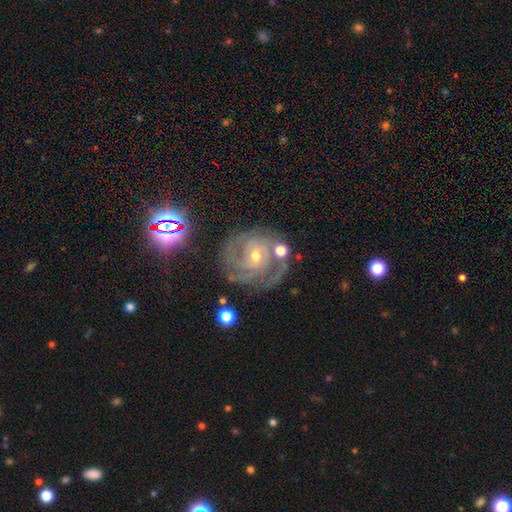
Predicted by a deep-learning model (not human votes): This is clearly a featured or disk galaxy (83%). It is clearly not viewed edge-on (98%). Bar: likely no (61%). Spiral arm pattern: clearly yes (96%). Spiral arm count: marginally 3 (32%). Spiral winding: likely tight (67%). Central bulge: possibly small (53%). Merging: likely none (69%).